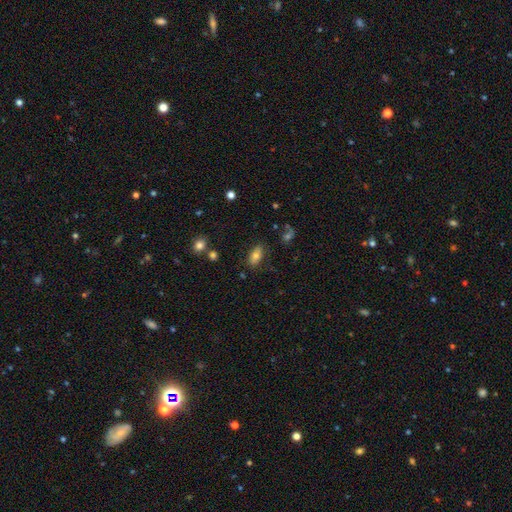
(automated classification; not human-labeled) Smooth or featured: smooth — 76% (featured or disk — 15%)
How rounded: in between — 89% (cigar-shaped — 6%)
Merging: none — 81% (minor disturbance — 13%)